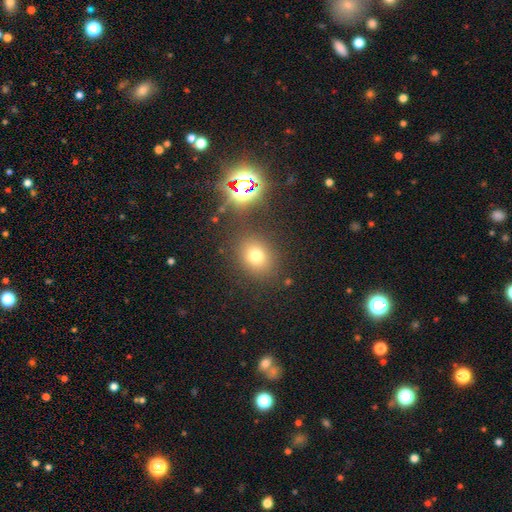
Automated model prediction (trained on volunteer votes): smooth-or-featured: smooth: 72% | star or artifact: 19% | featured or disk: 9%
  how-rounded: round: 62% | in between: 37% | cigar-shaped: 1%
  merging: none: 81% | minor disturbance: 10% | major disturbance: 5% | merger: 4%